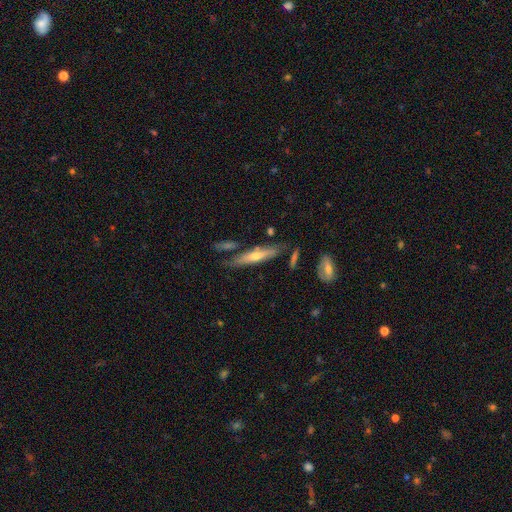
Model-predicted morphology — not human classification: smooth-or-featured: featured or disk: 54% | smooth: 40% | star or artifact: 6%
  disk-edge-on: yes: 83% | no: 17%
  merging: none: 73% | minor disturbance: 16% | merger: 7% | major disturbance: 4%